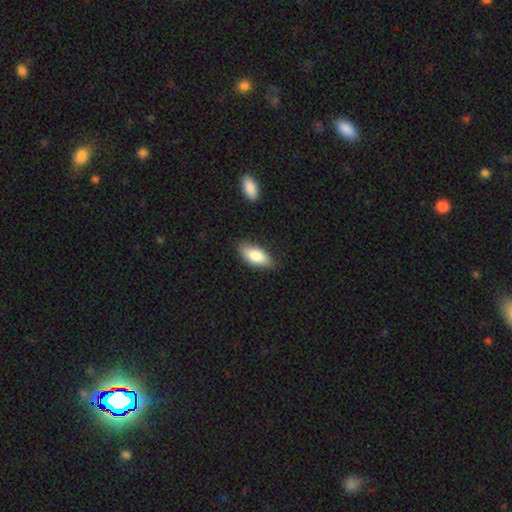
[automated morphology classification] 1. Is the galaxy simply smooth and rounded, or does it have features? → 80% smooth, 14% featured or disk, 6% star or artifact.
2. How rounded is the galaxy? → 87% in between, 11% cigar-shaped, 2% round.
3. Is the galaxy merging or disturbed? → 80% none, 15% minor disturbance, 3% major disturbance, 2% merger.